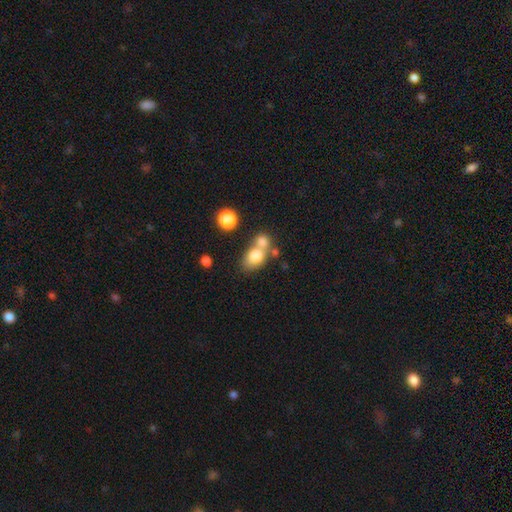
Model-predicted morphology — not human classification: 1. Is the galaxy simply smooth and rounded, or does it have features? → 76% smooth, 15% featured or disk, 10% star or artifact.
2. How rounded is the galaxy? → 66% in between, 32% round, 2% cigar-shaped.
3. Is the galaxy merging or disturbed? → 53% merger, 33% none, 10% minor disturbance, 5% major disturbance.